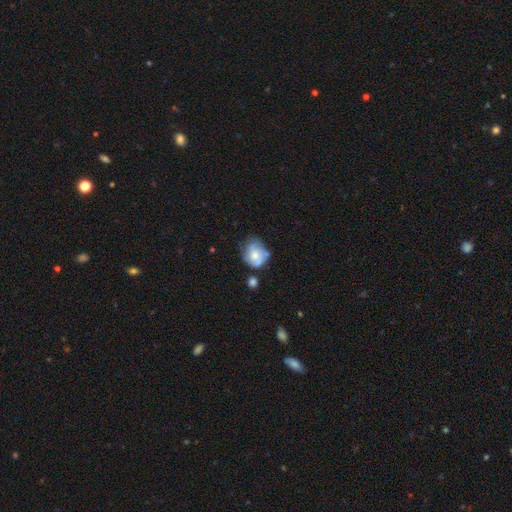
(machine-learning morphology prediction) type=smooth (52%); roundness=round (55%); merging=none (44%).